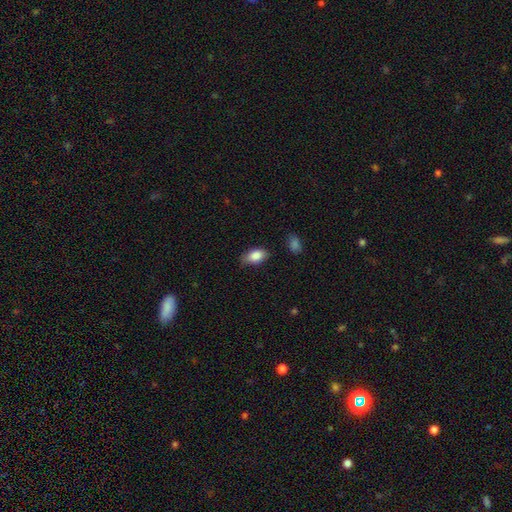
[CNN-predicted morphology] A smooth galaxy with no disk features (86%) that is in between round and cigar-shaped (91%).

Vote fractions:
- Smooth or featured? smooth: 86% / star or artifact: 7% / featured or disk: 7%
- How rounded? in between: 91% / round: 7% / cigar-shaped: 3%
- Merging? none: 73% / minor disturbance: 21% / major disturbance: 4% / merger: 2%